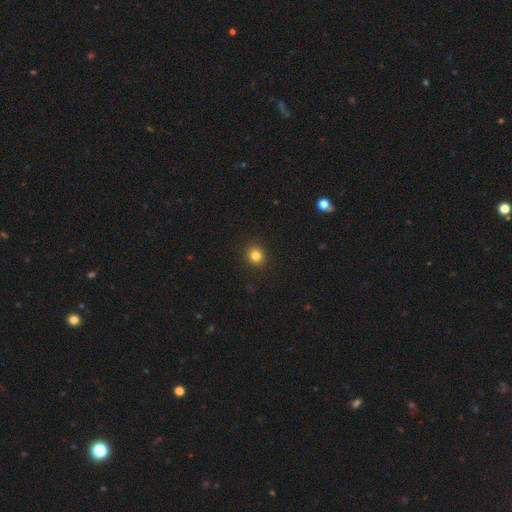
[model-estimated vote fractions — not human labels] smooth-or-featured: smooth: 83% | star or artifact: 12% | featured or disk: 5%
  how-rounded: round: 87% | in between: 12% | cigar-shaped: 1%
  merging: none: 92% | minor disturbance: 5% | major disturbance: 2% | merger: 1%